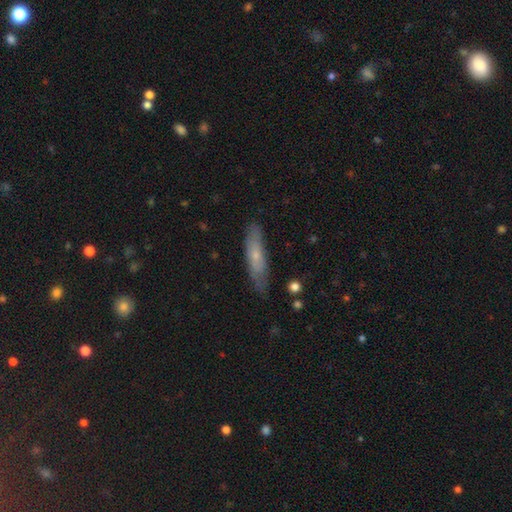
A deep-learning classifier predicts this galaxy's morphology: smooth_or_featured: smooth (p=0.55) [alt: featured or disk p=0.39]
how_rounded: cigar-shaped (p=0.77) [alt: in between p=0.22]
merging: none (p=0.78) [alt: minor disturbance p=0.17]